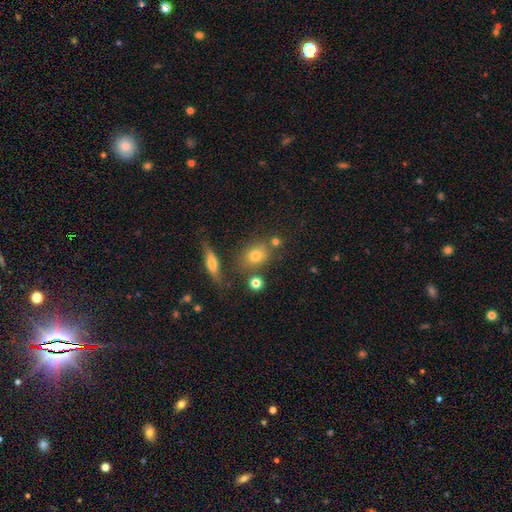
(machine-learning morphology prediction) Smooth or featured? smooth (73%)
How rounded? in between (62%)
Merging? none (67%)